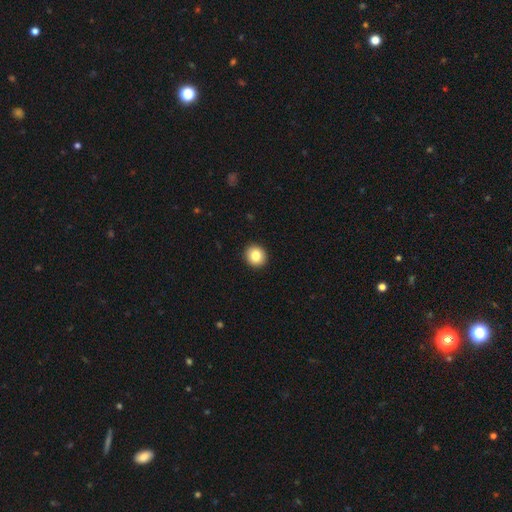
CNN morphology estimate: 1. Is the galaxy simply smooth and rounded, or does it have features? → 84% smooth, 9% star or artifact, 8% featured or disk.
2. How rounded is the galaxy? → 86% round, 13% in between, 1% cigar-shaped.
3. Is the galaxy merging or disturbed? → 93% none, 4% minor disturbance, 1% major disturbance, 1% merger.